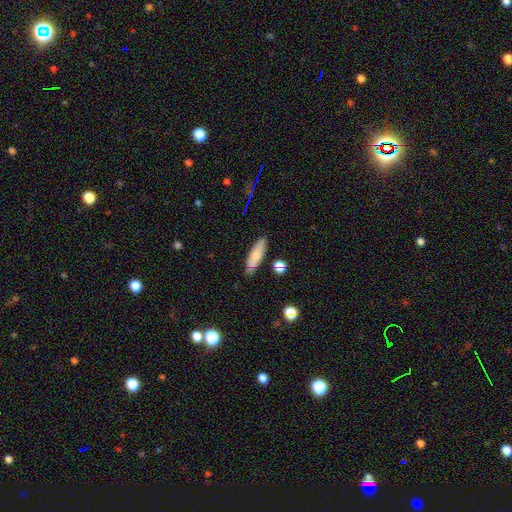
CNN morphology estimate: A smooth galaxy with no disk features (76%) that is cigar-shaped (56%). Merging: none (80%).